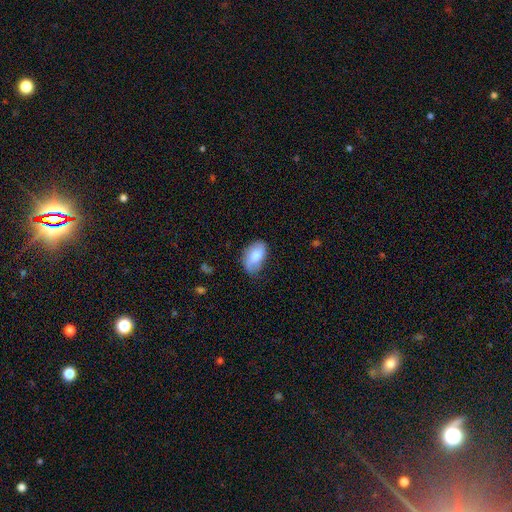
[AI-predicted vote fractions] Smooth or featured? Predicted: smooth (p=0.74). How rounded? Predicted: in between (p=0.91). Merging? Predicted: none (p=0.67).